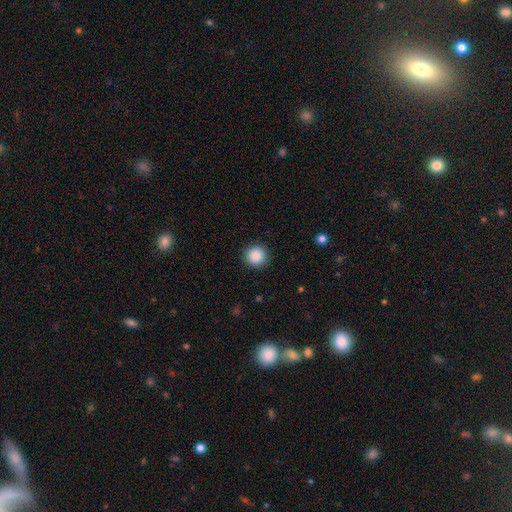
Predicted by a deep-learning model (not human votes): smooth-or-featured: smooth: 88% | star or artifact: 9% | featured or disk: 3%
  how-rounded: round: 95% | in between: 4% | cigar-shaped: 1%
  merging: none: 91% | minor disturbance: 6% | major disturbance: 2% | merger: 1%